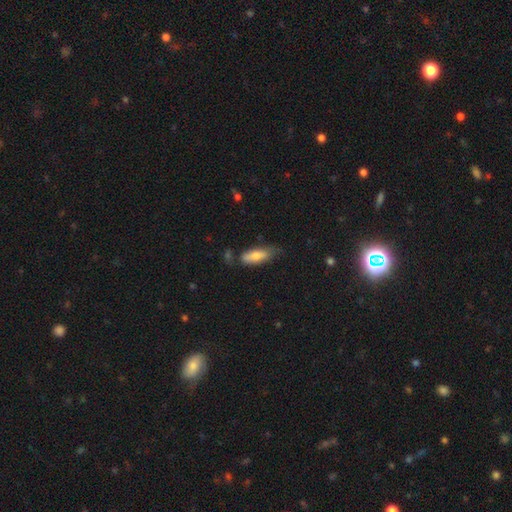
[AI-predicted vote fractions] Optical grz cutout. It shows a smooth galaxy with no disk features (74%) that is in between round and cigar-shaped (64%). Merging: none (54%).